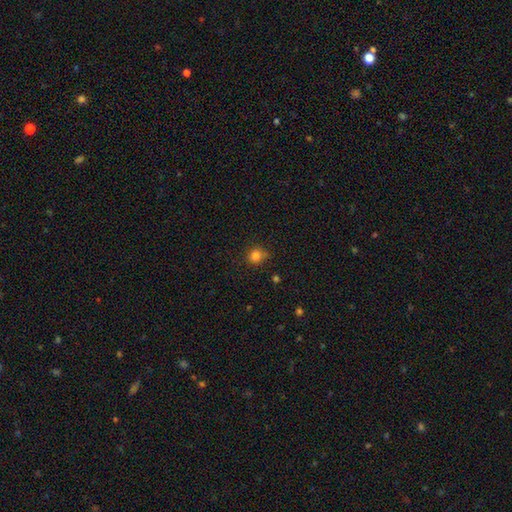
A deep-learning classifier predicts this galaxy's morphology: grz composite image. It shows a smooth galaxy with no disk features (82%) that is round (82%). Merging: none (73%).